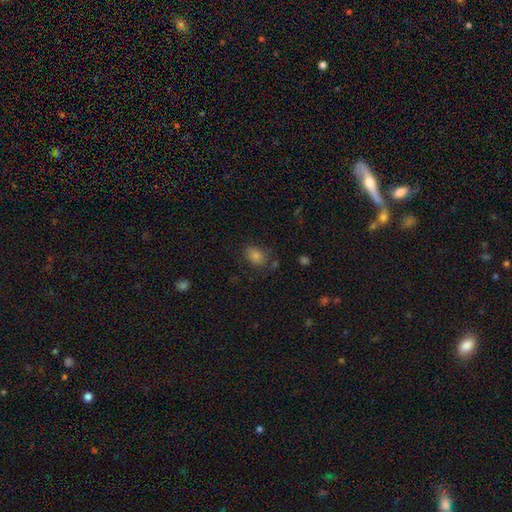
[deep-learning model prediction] smooth_or_featured: smooth (p=0.77) [alt: star or artifact p=0.15]
how_rounded: in between (p=0.70) [alt: round p=0.29]
merging: none (p=0.77) [alt: minor disturbance p=0.15]